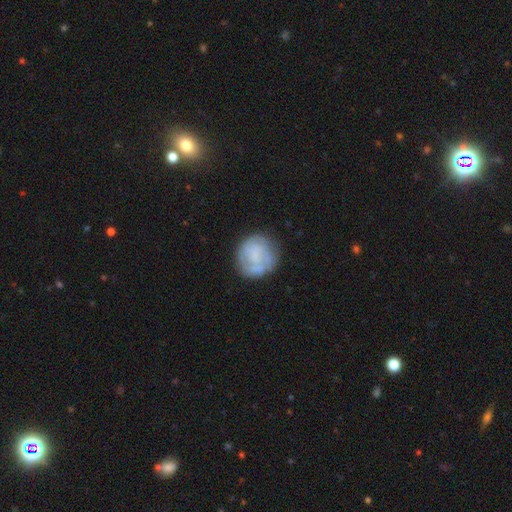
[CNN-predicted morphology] Smooth or featured? smooth (50%)
Merging? none (70%)